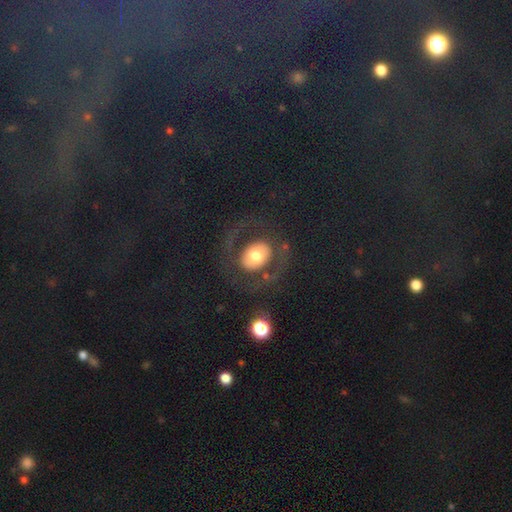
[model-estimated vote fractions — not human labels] Overall: featured or disk (50%; smooth 42%). Merging: none (70%).